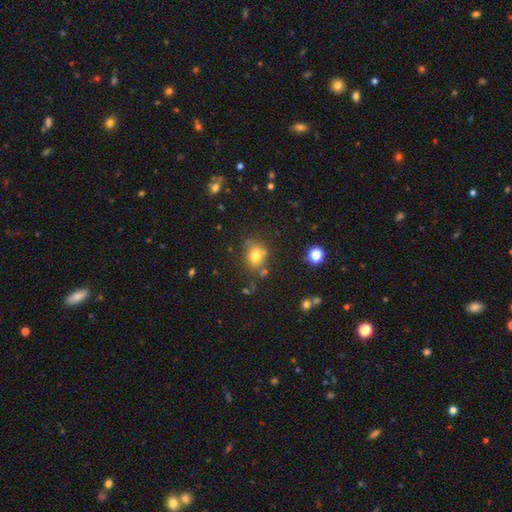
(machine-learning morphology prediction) Smooth or featured? smooth (74%)
How rounded? round (64%)
Merging? none (65%)